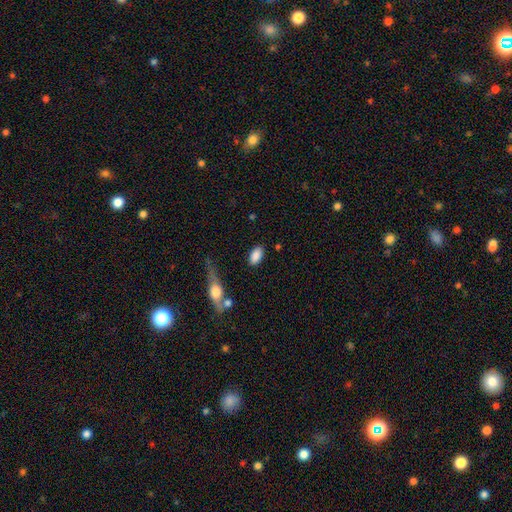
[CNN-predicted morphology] A smooth galaxy with no disk features (87%) that is in between round and cigar-shaped (91%).

Vote fractions:
- Smooth or featured? smooth: 87% / featured or disk: 7% / star or artifact: 6%
- How rounded? in between: 91% / cigar-shaped: 4% / round: 4%
- Merging? none: 81% / minor disturbance: 12% / major disturbance: 4% / merger: 3%